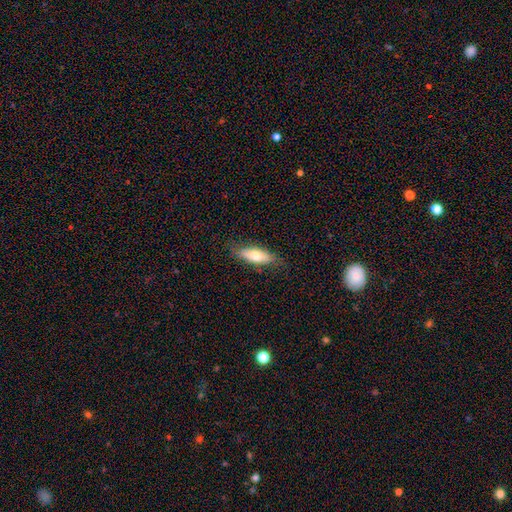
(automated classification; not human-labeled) A smooth galaxy with no disk features (64%) that is in between round and cigar-shaped (65%).

Vote fractions:
- Smooth or featured? smooth: 64% / featured or disk: 30% / star or artifact: 6%
- How rounded? in between: 65% / cigar-shaped: 33% / round: 2%
- Merging? none: 79% / minor disturbance: 16% / major disturbance: 4% / merger: 1%